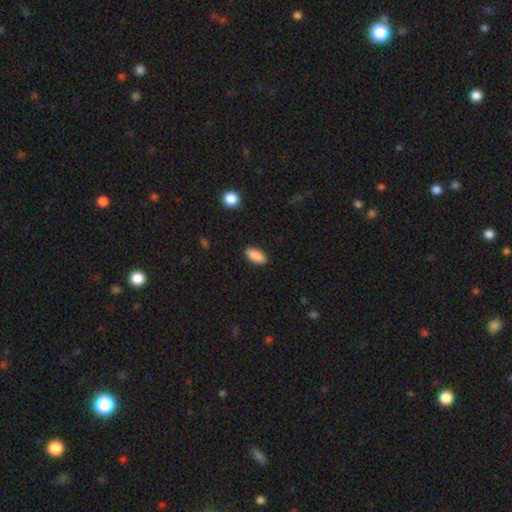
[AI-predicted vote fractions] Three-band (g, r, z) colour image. It shows a smooth galaxy with no disk features (89%) that is in between round and cigar-shaped (89%). Merging: none (89%).